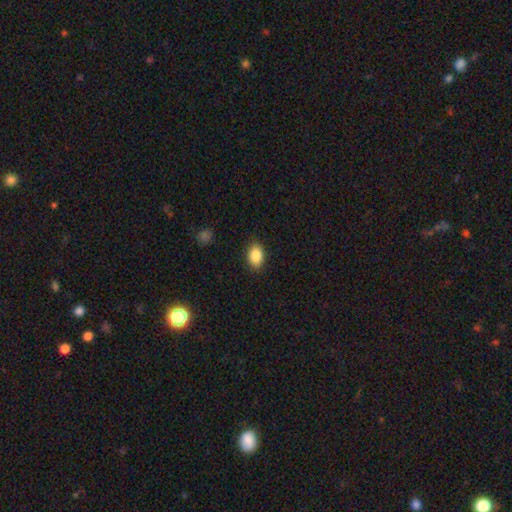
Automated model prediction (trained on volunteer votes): A smooth galaxy with no disk features (86%) that is in between round and cigar-shaped (81%). Merging: none (88%).